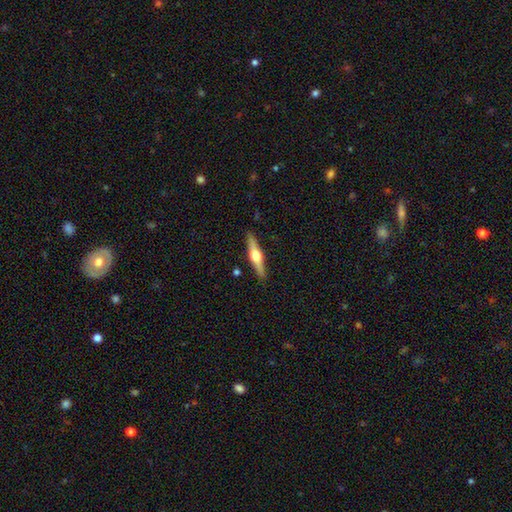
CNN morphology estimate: Smooth or featured: featured or disk — 69% (smooth — 26%)
Edge-on disk: yes — 97% (no — 3%)
Edge-on bulge: rounded — 95% (boxy — 3%)
Merging: none — 90% (minor disturbance — 7%)